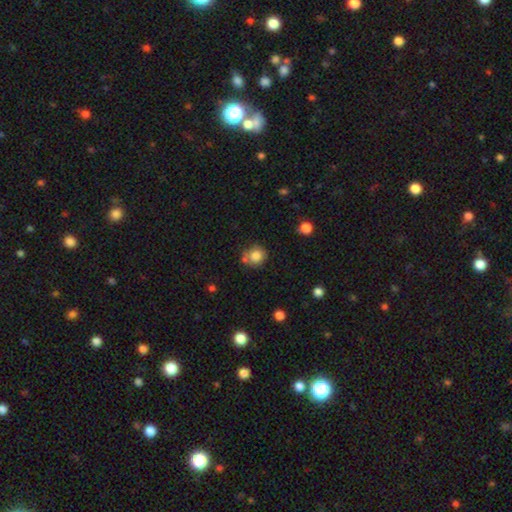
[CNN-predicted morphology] smooth 82%, star or artifact 11%, featured or disk 7%. Down the decision tree: how rounded — round (87%); merging — none (66%).